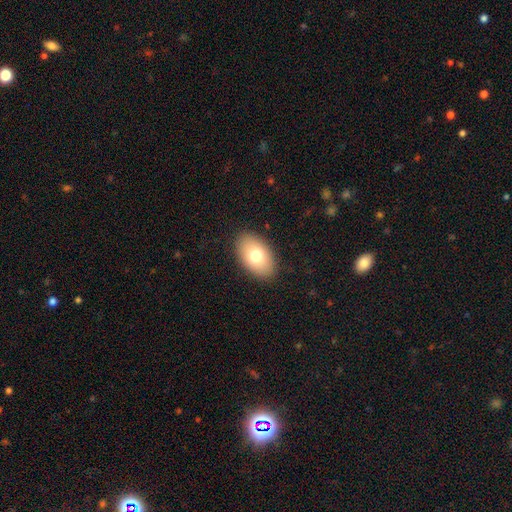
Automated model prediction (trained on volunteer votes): A smooth galaxy with no disk features (74%) that is in between round and cigar-shaped (92%). Merging: none (88%).